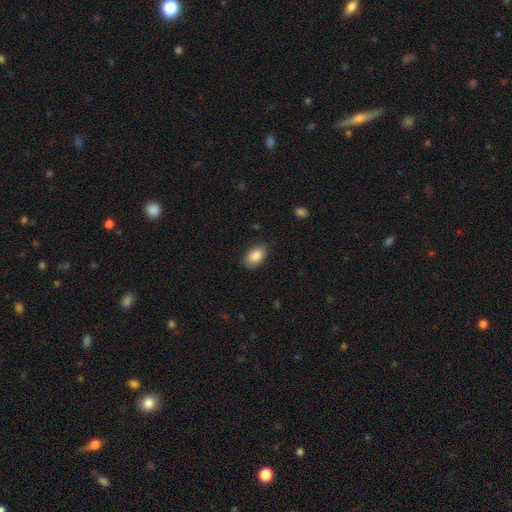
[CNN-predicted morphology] The model was most divided on "merging": none: 82%, minor disturbance: 14%, major disturbance: 3%, merger: 1%. More confident: how rounded — in between (92%); smooth or featured — smooth (87%).